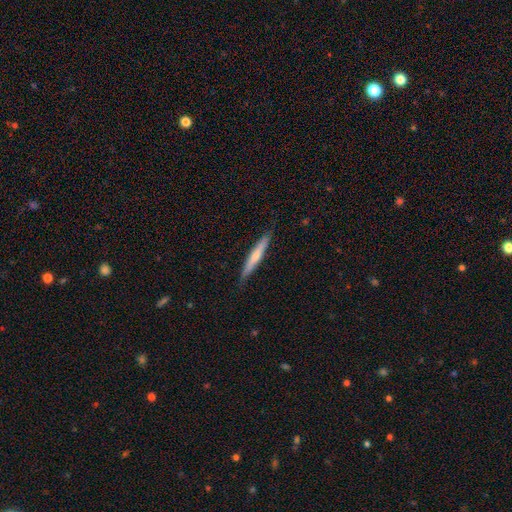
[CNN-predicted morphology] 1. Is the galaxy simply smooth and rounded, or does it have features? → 55% smooth, 40% featured or disk, 5% star or artifact.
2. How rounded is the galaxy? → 95% cigar-shaped, 4% in between, 1% round.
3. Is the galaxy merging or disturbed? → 87% none, 10% minor disturbance, 2% major disturbance, 1% merger.